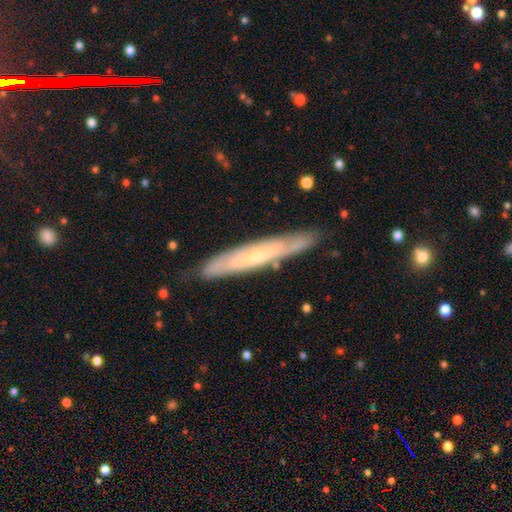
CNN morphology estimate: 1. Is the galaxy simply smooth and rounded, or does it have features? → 65% featured or disk, 30% smooth, 6% star or artifact.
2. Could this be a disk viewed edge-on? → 70% yes, 30% no.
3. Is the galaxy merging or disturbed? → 83% none, 13% minor disturbance, 2% major disturbance, 1% merger.